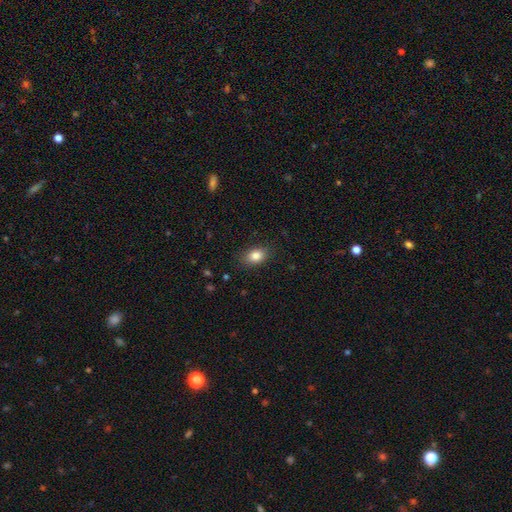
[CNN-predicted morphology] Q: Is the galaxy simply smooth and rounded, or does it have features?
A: smooth — 84%.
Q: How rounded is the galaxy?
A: in between — 78%.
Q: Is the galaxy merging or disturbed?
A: none — 85%.